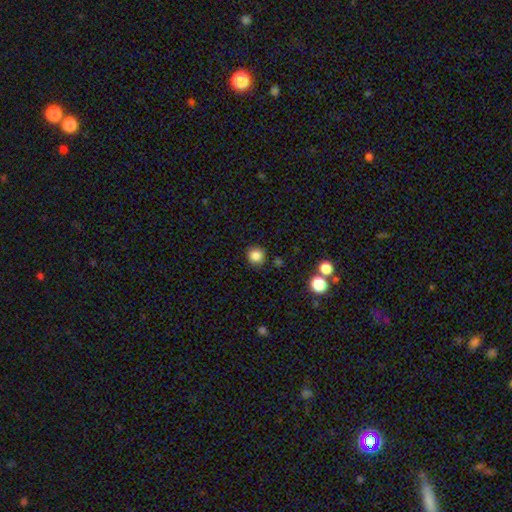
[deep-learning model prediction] smooth_or_featured: smooth (p=0.84) [alt: star or artifact p=0.11]
how_rounded: round (p=0.93) [alt: in between p=0.06]
merging: none (p=0.89) [alt: minor disturbance p=0.07]